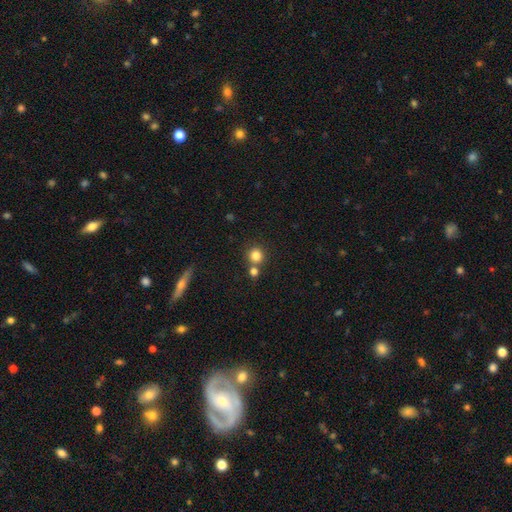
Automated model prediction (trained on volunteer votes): Smooth or featured?
  - smooth: 82% *
  - star or artifact: 11%
  - featured or disk: 6%
How rounded?
  - round: 91% *
  - in between: 8%
  - cigar-shaped: 1%
Merging?
  - none: 63% *
  - merger: 26%
  - minor disturbance: 7%
  - major disturbance: 3%